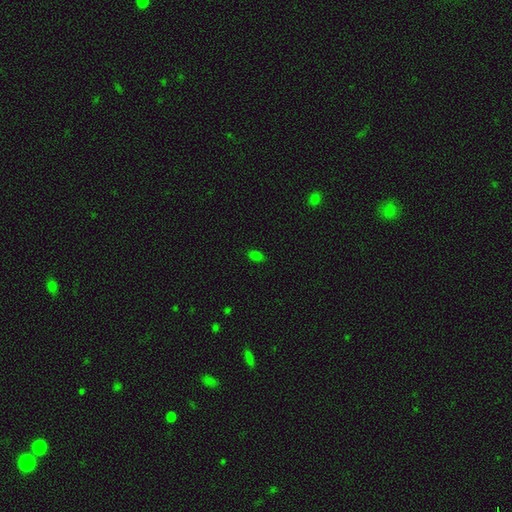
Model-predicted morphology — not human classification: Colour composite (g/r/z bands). It shows a smooth galaxy with no disk features (77%) that is in between round and cigar-shaped (88%). Merging: none (86%).